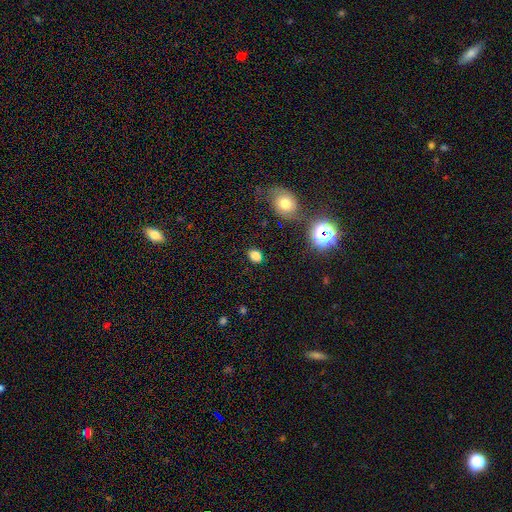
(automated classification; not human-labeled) A smooth galaxy with no disk features (77%) that is in between round and cigar-shaped (60%). Merging: none (83%).